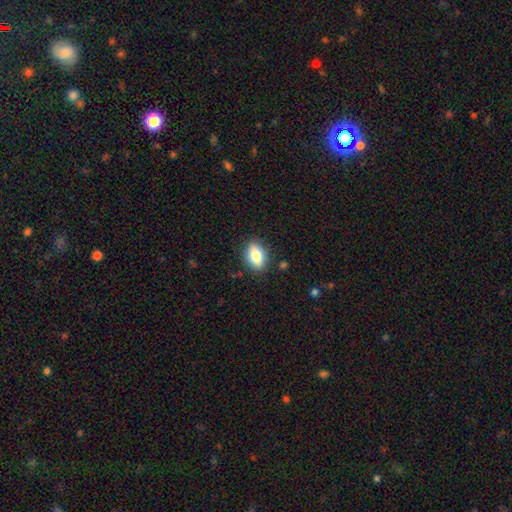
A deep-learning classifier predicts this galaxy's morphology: The model was most divided on "smooth or featured": smooth: 73%, featured or disk: 19%, star or artifact: 8%. More confident: merging — none (86%); how rounded — in between (79%).